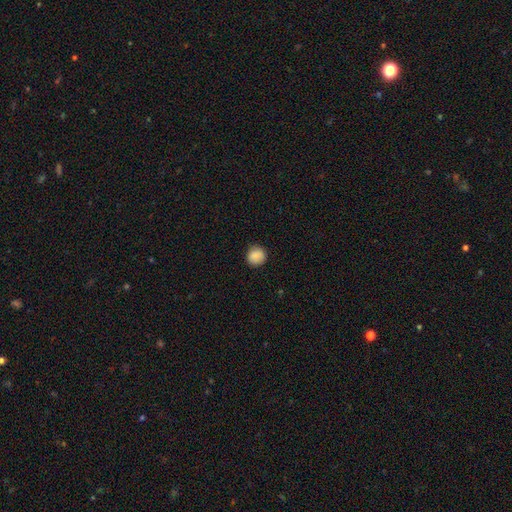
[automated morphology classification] Smooth or featured: smooth — 88% (star or artifact — 8%)
How rounded: round — 90% (in between — 9%)
Merging: none — 87% (minor disturbance — 10%)